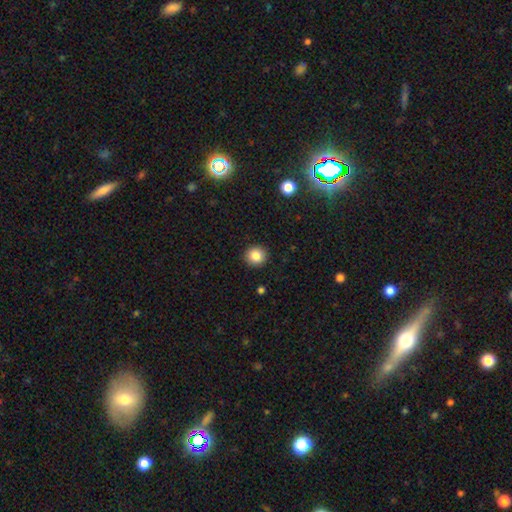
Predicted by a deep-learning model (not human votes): smooth_or_featured: smooth (p=0.86) [alt: star or artifact p=0.09]
how_rounded: round (p=0.92) [alt: in between p=0.07]
merging: none (p=0.92) [alt: minor disturbance p=0.05]